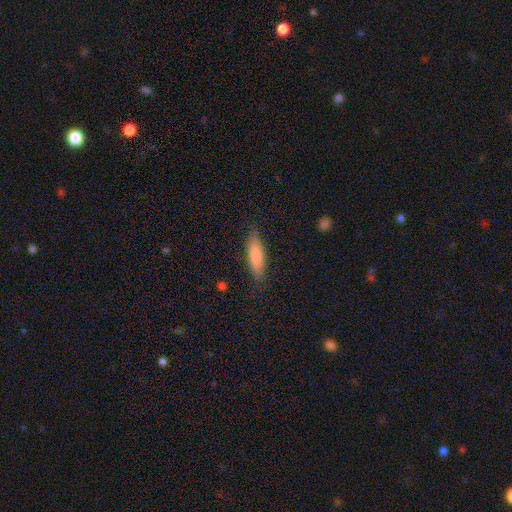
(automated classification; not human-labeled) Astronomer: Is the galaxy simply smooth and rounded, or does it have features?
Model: smooth — 79%.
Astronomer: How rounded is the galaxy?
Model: cigar-shaped — 57% (runner-up: in between, 41%).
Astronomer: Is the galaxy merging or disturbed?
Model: none — 84%.